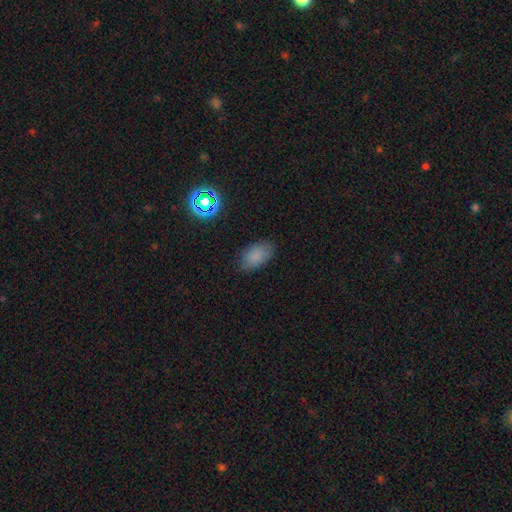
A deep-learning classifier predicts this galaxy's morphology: Smooth or featured?
  - smooth: 81% *
  - star or artifact: 12%
  - featured or disk: 7%
How rounded?
  - in between: 91% *
  - round: 7%
  - cigar-shaped: 2%
Merging?
  - none: 80% *
  - minor disturbance: 15%
  - major disturbance: 4%
  - merger: 1%